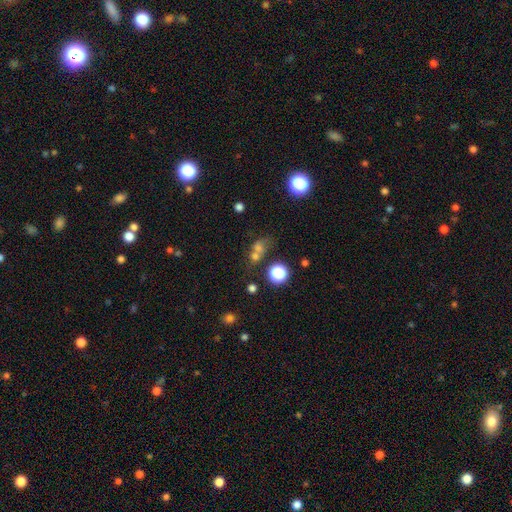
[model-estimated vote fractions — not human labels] smooth_or_featured: smooth (p=0.59) [alt: star or artifact p=0.28]
how_rounded: round (p=0.64) [alt: in between p=0.33]
merging: merger (p=0.41) [alt: none p=0.39]